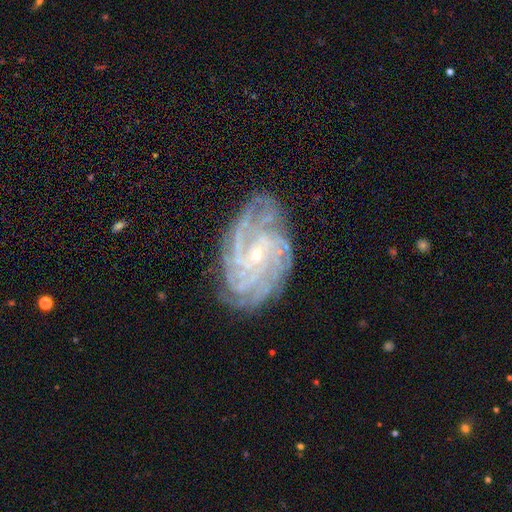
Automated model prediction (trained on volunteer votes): Smooth or featured?
  - featured or disk: 89% *
  - star or artifact: 6%
  - smooth: 5%
Edge-on disk?
  - no: 97% *
  - yes: 3%
Bar?
  - no: 59% *
  - weak: 31%
  - strong: 10%
Spiral arms?
  - yes: 98% *
  - no: 2%
Spiral winding?
  - tight: 73% *
  - medium: 22%
  - loose: 5%
Spiral arm count?
  - more than 4: 28% *
  - 4: 23%
  - can't tell: 21%
  - 3: 11%
  - 2: 9%
  - 1: 8%
Bulge size?
  - small: 82% *
  - moderate: 15%
  - none: 1%
  - large: 1%
  - dominant: 1%
Merging?
  - none: 78% *
  - minor disturbance: 15%
  - major disturbance: 5%
  - merger: 1%